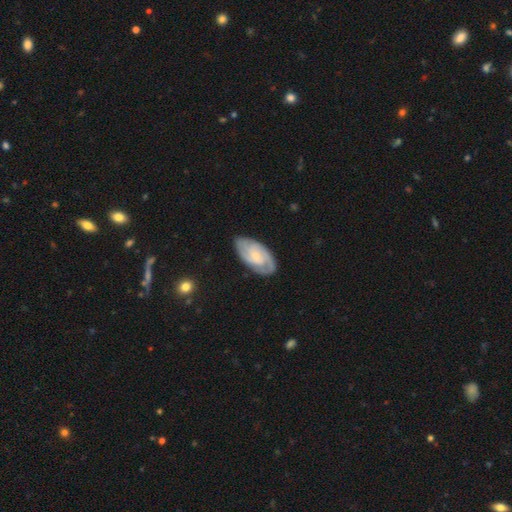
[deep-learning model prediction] smooth_or_featured: featured or disk (p=0.77) [alt: smooth p=0.18]
disk_edge_on: no (p=0.96) [alt: yes p=0.04]
bar: no (p=0.58) [alt: weak p=0.36]
has_spiral_arms: yes (p=0.95) [alt: no p=0.05]
spiral_winding: tight (p=0.54) [alt: medium p=0.37]
spiral_arm_count: 2 (p=0.58) [alt: can't tell p=0.17]
bulge_size: small (p=0.65) [alt: moderate p=0.25]
merging: none (p=0.79) [alt: minor disturbance p=0.16]